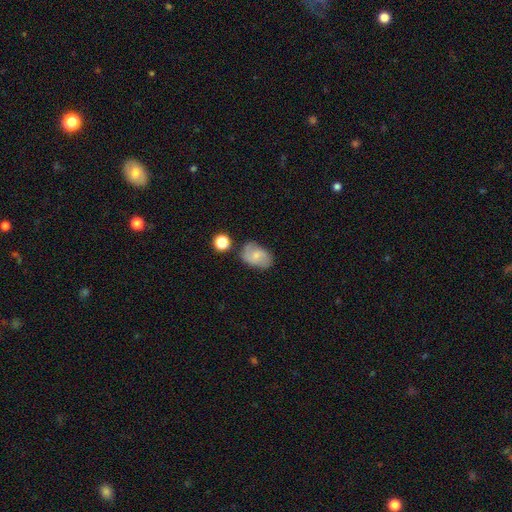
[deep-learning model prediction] Smooth or featured: smooth — 52% (featured or disk — 39%)
How rounded: in between — 78% (round — 20%)
Merging: none — 64% (minor disturbance — 23%)